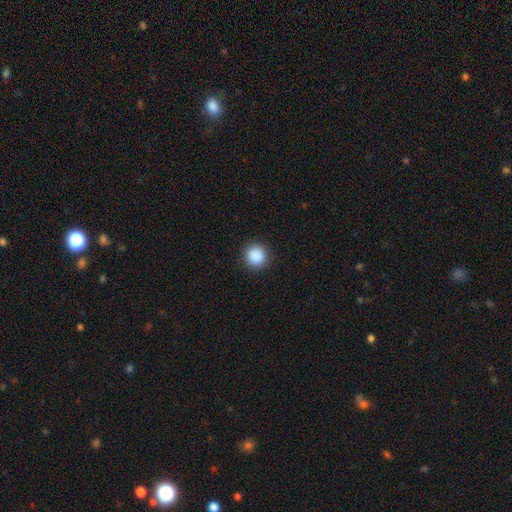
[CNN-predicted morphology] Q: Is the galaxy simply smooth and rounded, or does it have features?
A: smooth — 89%.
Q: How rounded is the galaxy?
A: round — 93%.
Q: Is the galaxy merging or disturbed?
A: none — 92%.